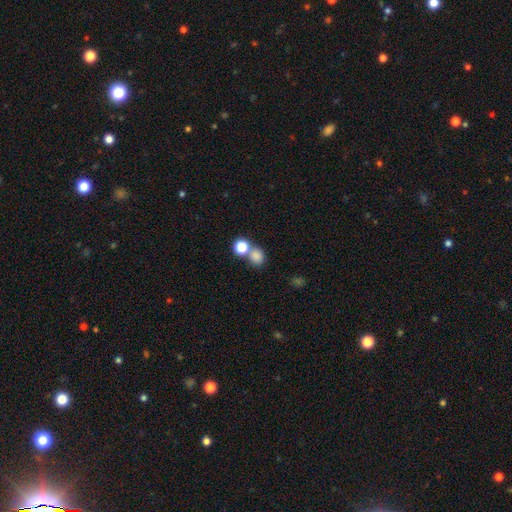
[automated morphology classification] Q: Smooth or featured?
A: smooth (80%); runner-up: star or artifact (13%)
Q: How rounded?
A: round (80%); runner-up: in between (19%)
Q: Merging?
A: none (50%); runner-up: merger (39%)